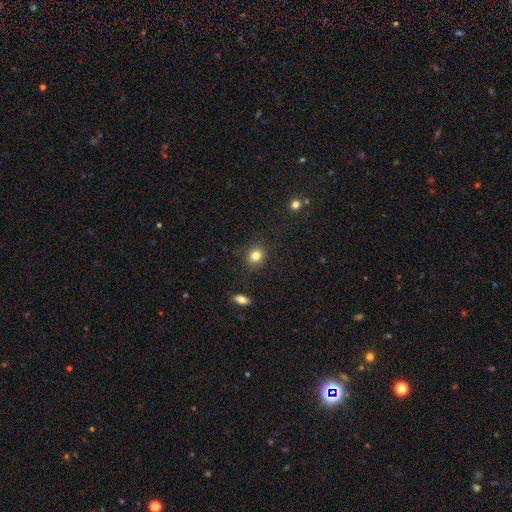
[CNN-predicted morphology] Smooth or featured?
  - smooth: 83% *
  - star or artifact: 11%
  - featured or disk: 6%
How rounded?
  - round: 75% *
  - in between: 24%
  - cigar-shaped: 1%
Merging?
  - none: 87% *
  - minor disturbance: 9%
  - major disturbance: 3%
  - merger: 1%